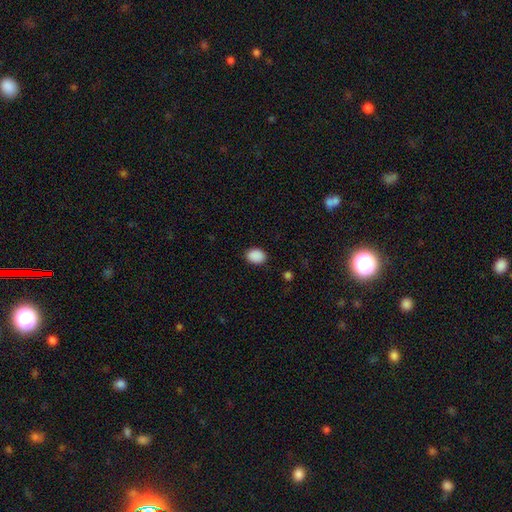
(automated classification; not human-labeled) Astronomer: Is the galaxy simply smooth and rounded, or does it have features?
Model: smooth — 90%.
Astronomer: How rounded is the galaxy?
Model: in between — 65%.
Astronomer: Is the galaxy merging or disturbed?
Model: none — 87%.